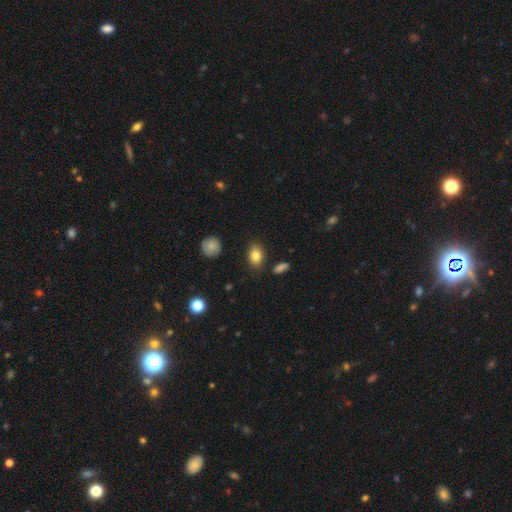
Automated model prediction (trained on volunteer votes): The model was most divided on "how rounded": in between: 82%, round: 16%, cigar-shaped: 2%. More confident: merging — none (85%); smooth or featured — smooth (83%).